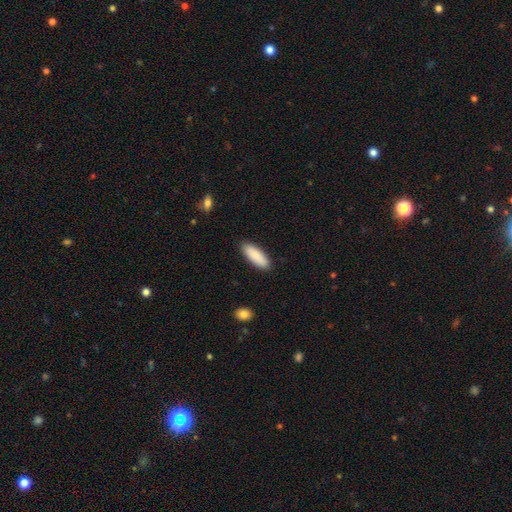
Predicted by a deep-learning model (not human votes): smooth_or_featured: smooth (p=0.88) [alt: featured or disk p=0.06]
how_rounded: in between (p=0.62) [alt: cigar-shaped p=0.37]
merging: none (p=0.89) [alt: minor disturbance p=0.08]